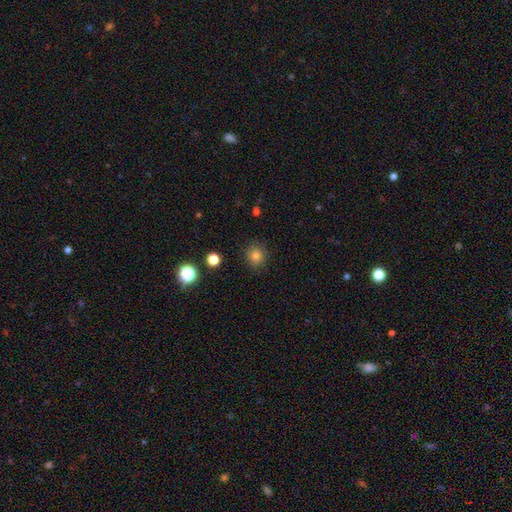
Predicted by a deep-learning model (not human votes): Smooth or featured? Predicted: smooth (p=0.81). How rounded? Predicted: round (p=0.88). Merging? Predicted: none (p=0.88).